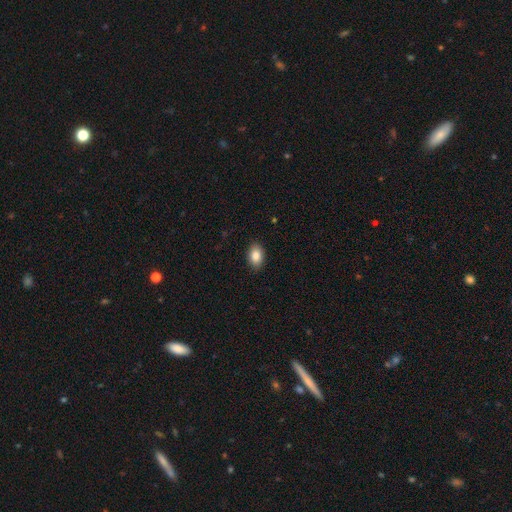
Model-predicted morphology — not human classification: A smooth galaxy with no disk features (87%) that is in between round and cigar-shaped (86%). Merging: none (88%).